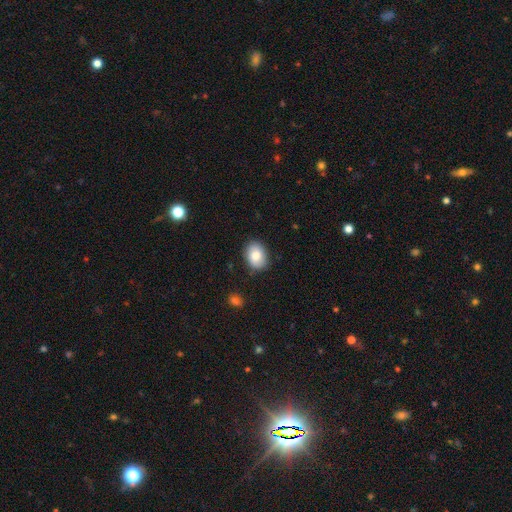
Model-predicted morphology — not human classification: Q: Smooth or featured?
A: smooth (83%); runner-up: featured or disk (10%)
Q: How rounded?
A: in between (67%); runner-up: round (32%)
Q: Merging?
A: none (85%); runner-up: minor disturbance (11%)